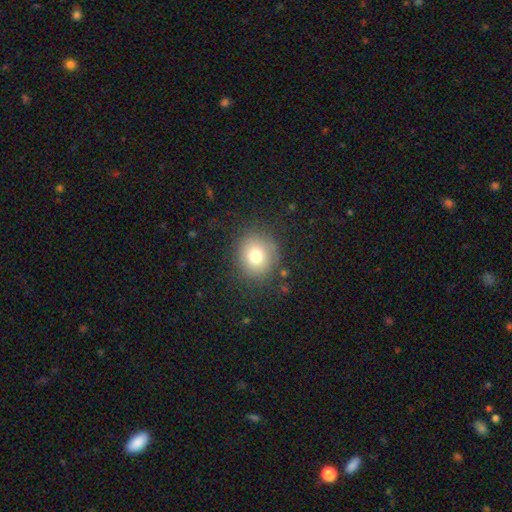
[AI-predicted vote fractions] Smooth or featured? Predicted: smooth (p=0.75). How rounded? Predicted: round (p=0.80). Merging? Predicted: none (p=0.83).